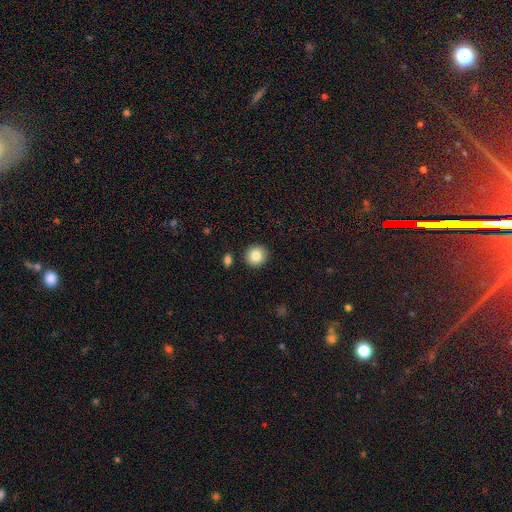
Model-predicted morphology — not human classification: The model was most divided on "smooth or featured": smooth: 85%, star or artifact: 8%, featured or disk: 7%. More confident: how rounded — round (91%); merging — none (89%).